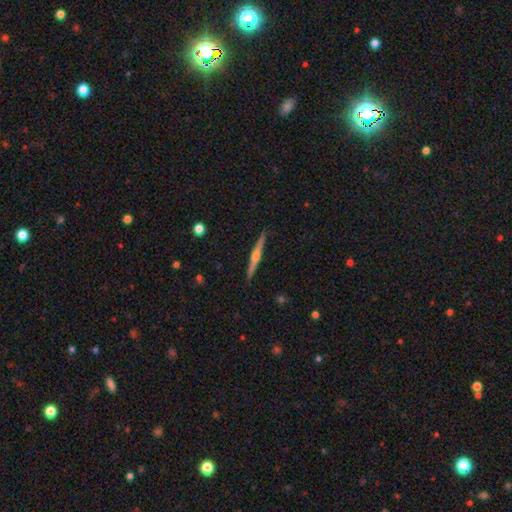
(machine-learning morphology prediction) A featured or disk galaxy (73%) viewed edge-on (98%) with a rounded central bulge (82%). Merging: none (91%).